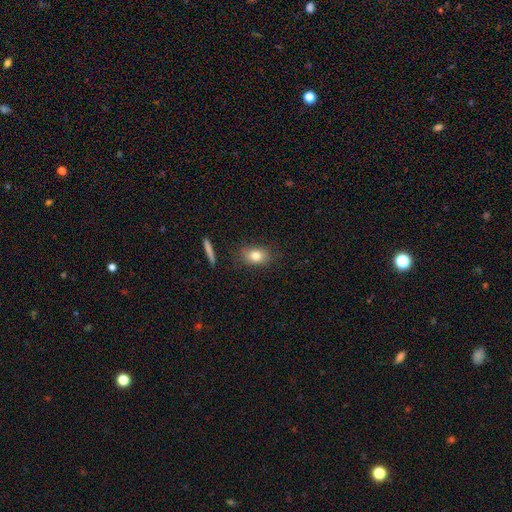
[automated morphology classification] Overall: smooth (80%). How rounded: in between (74%). Merging: none (81%).